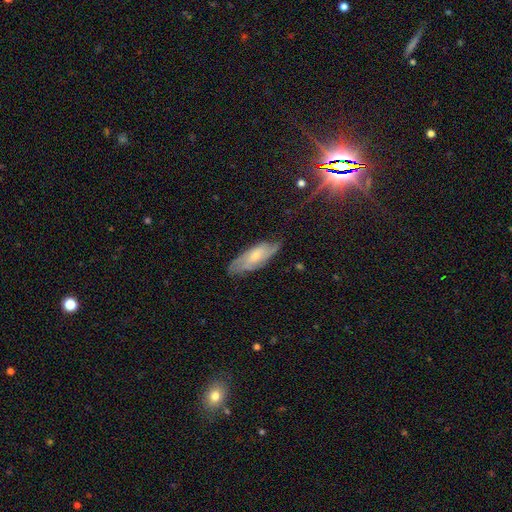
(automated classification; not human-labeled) Smooth or featured?
  - featured or disk: 62% *
  - smooth: 31%
  - star or artifact: 7%
Edge-on disk?
  - no: 84% *
  - yes: 16%
Bar?
  - no: 64% *
  - weak: 30%
  - strong: 6%
Spiral arms?
  - yes: 87% *
  - no: 13%
Bulge size?
  - small: 57% *
  - moderate: 36%
  - none: 4%
  - large: 2%
  - dominant: 1%
Merging?
  - none: 70% *
  - minor disturbance: 23%
  - major disturbance: 6%
  - merger: 1%